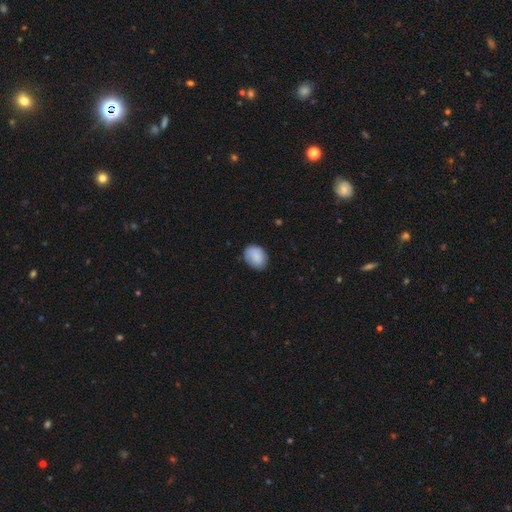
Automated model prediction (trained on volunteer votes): Smooth or featured? smooth (87%)
How rounded? in between (65%)
Merging? none (75%)